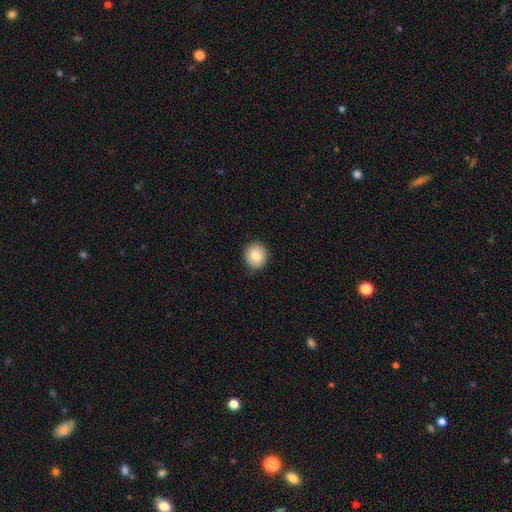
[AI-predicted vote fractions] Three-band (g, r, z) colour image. It shows a smooth galaxy with no disk features (83%) that is round (81%). Merging: none (89%).